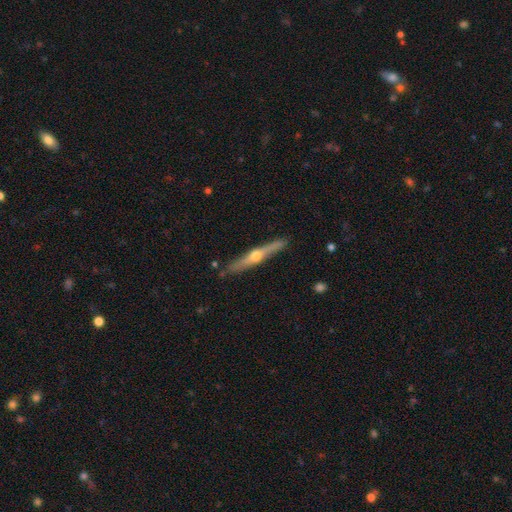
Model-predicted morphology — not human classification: type=featured or disk (73%); edge-on=yes (97%); edge-on bulge=rounded (91%); merging=none (88%).